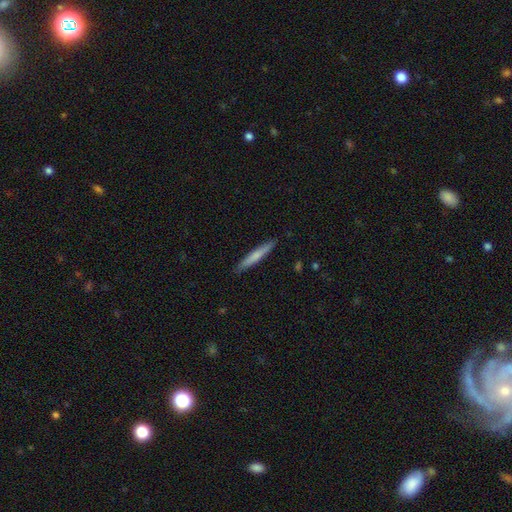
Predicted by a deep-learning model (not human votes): smooth_or_featured: smooth (p=0.66) [alt: featured or disk p=0.28]
how_rounded: cigar-shaped (p=0.95) [alt: in between p=0.04]
merging: none (p=0.89) [alt: minor disturbance p=0.08]